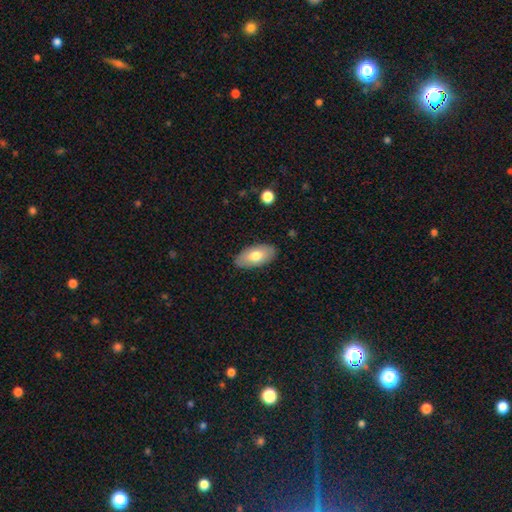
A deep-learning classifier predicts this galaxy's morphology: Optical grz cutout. It shows a smooth galaxy with no disk features (73%) that is in between round and cigar-shaped (94%). Merging: none (86%).